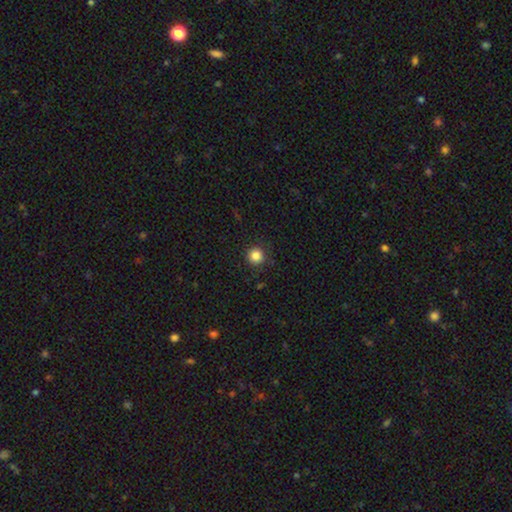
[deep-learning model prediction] The model was most divided on "smooth or featured": smooth: 85%, star or artifact: 11%, featured or disk: 4%. More confident: how rounded — round (95%); merging — none (90%).